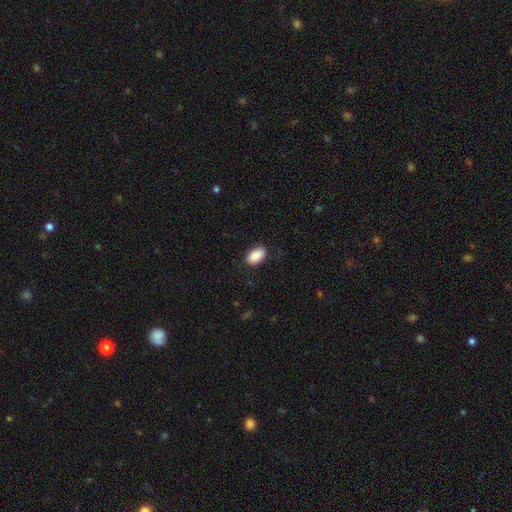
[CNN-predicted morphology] smooth_or_featured: smooth (p=0.90) [alt: star or artifact p=0.07]
how_rounded: in between (p=0.91) [alt: round p=0.07]
merging: none (p=0.82) [alt: minor disturbance p=0.13]